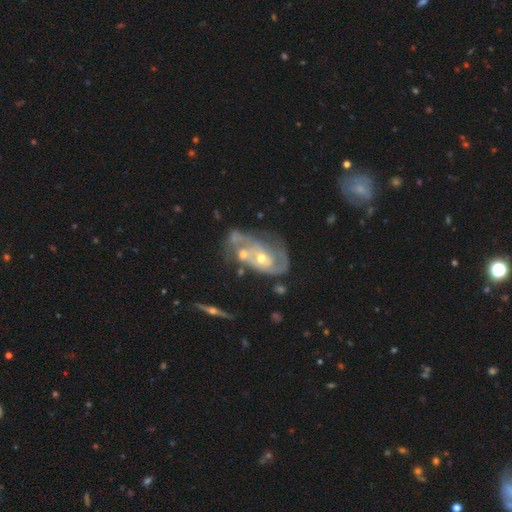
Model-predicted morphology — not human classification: A featured or disk galaxy (81%) with no bar (72%), 2 (41%) tight (48%) spiral arms (85%) and a small central bulge (49%).

Vote fractions:
- Smooth or featured? featured or disk: 81% / smooth: 11% / star or artifact: 8%
- Edge-on disk? no: 95% / yes: 5%
- Bar? no: 72% / weak: 22% / strong: 6%
- Spiral arms? yes: 85% / no: 15%
- Spiral winding? tight: 48% / medium: 36% / loose: 17%
- Spiral arm count? 2: 41% / can't tell: 31% / 3: 12% / 1: 9% / 4: 4% / more than 4: 3%
- Bulge size? small: 49% / moderate: 46% / large: 2% / none: 2% / dominant: 1%
- Merging? merger: 37% / none: 31% / minor disturbance: 16% / major disturbance: 16%